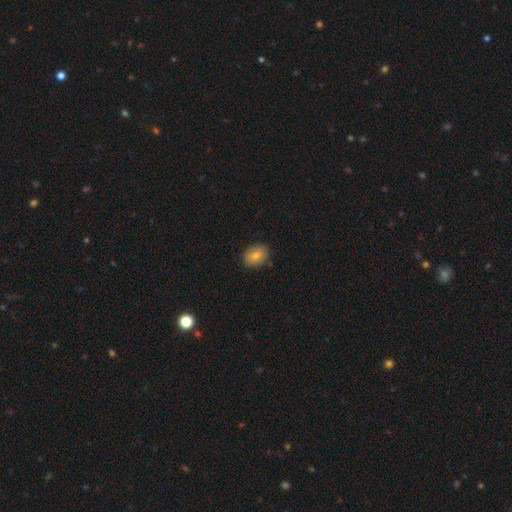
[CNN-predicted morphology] Smooth or featured?
  - smooth: 78% *
  - featured or disk: 14%
  - star or artifact: 9%
How rounded?
  - in between: 64% *
  - round: 35%
  - cigar-shaped: 1%
Merging?
  - none: 83% *
  - minor disturbance: 13%
  - major disturbance: 2%
  - merger: 2%